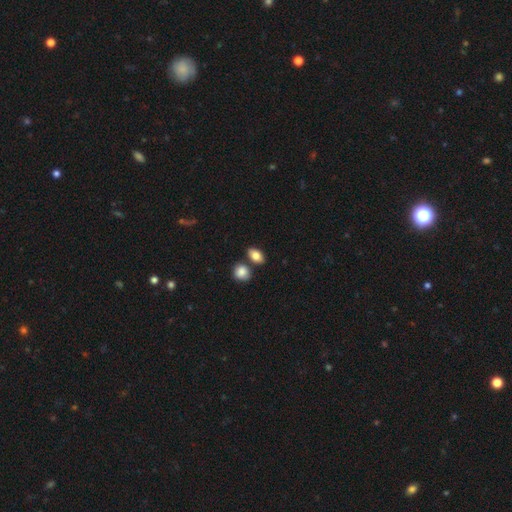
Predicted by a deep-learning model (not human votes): A smooth galaxy with no disk features (84%) that is in between round and cigar-shaped (83%). Merging: none (69%).